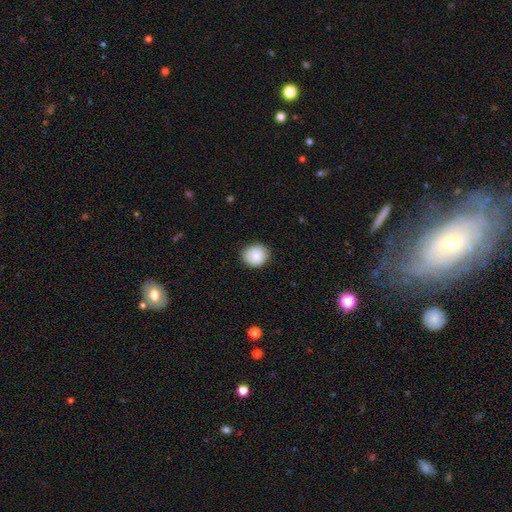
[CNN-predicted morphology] A smooth galaxy with no disk features (87%) that is round (82%). Merging: none (85%).